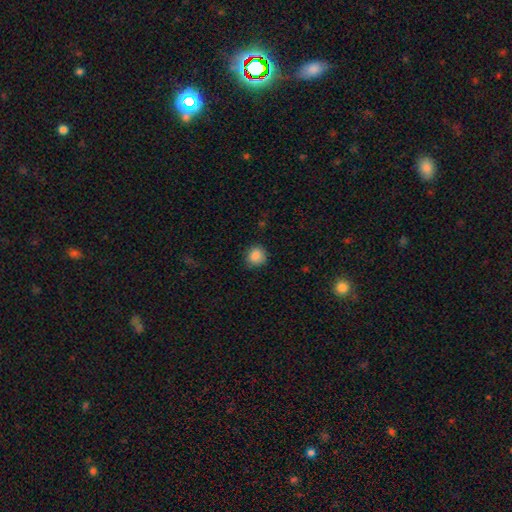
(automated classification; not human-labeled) This appears to be a smooth galaxy with no disk features (87%) that is round (85%). Merging: none (83%).